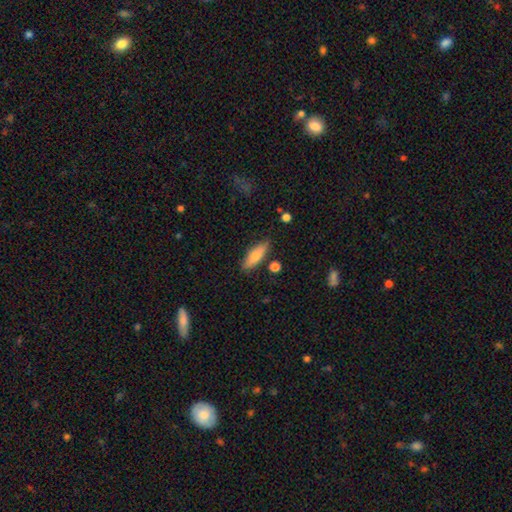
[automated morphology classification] Smooth or featured? Predicted: smooth (p=0.71). How rounded? Predicted: in between (p=0.51). Merging? Predicted: none (p=0.83).